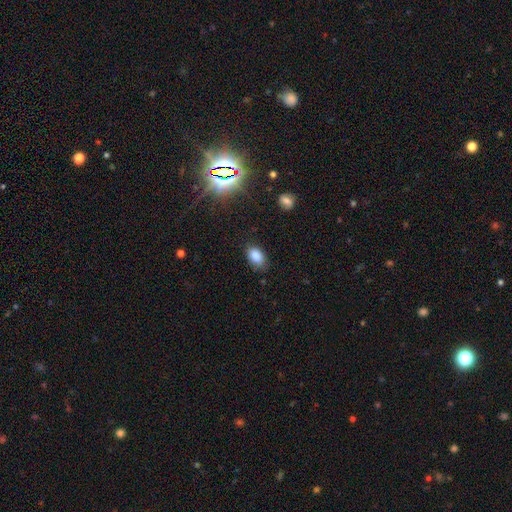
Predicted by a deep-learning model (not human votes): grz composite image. It shows a smooth galaxy with no disk features (85%) that is in between round and cigar-shaped (89%). Merging: none (78%).